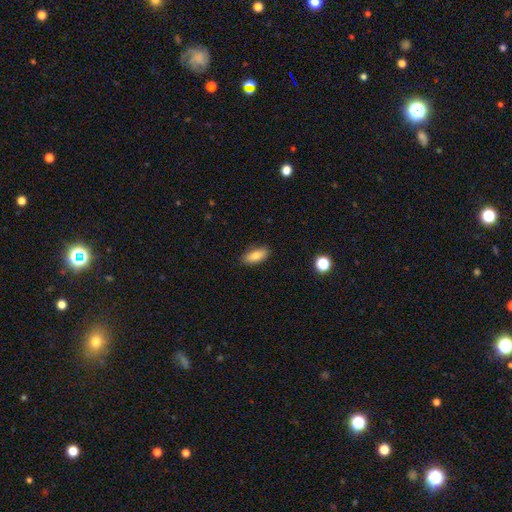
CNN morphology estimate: smooth_or_featured: smooth (p=0.81) [alt: featured or disk p=0.11]
how_rounded: in between (p=0.81) [alt: cigar-shaped p=0.16]
merging: none (p=0.86) [alt: minor disturbance p=0.11]